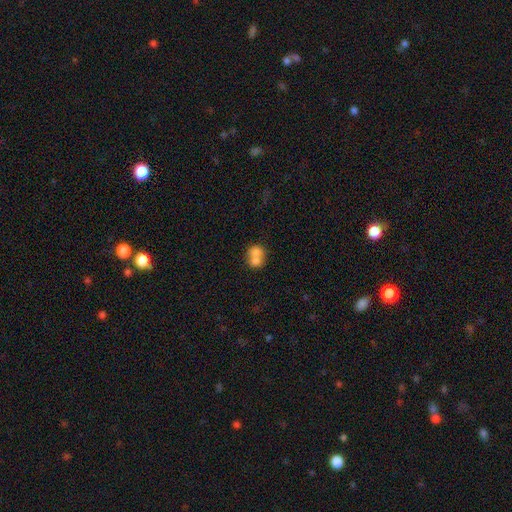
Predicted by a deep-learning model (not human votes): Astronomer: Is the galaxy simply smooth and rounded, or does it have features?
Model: smooth — 71%.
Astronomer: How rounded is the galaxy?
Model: round — 66%.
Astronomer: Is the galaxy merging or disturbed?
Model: merger — 68%.